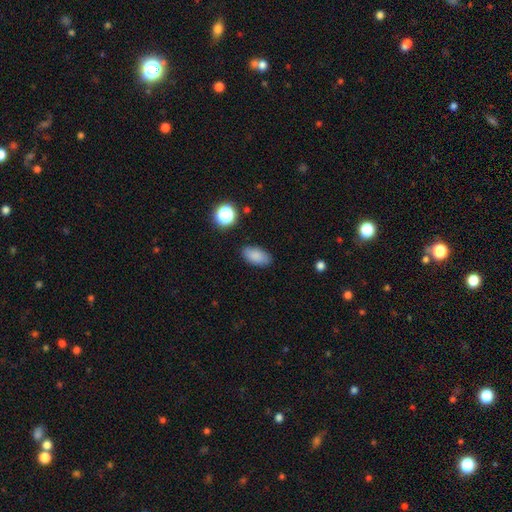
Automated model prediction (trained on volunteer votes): Overall: smooth (85%). How rounded: in between (91%). Merging: none (85%).